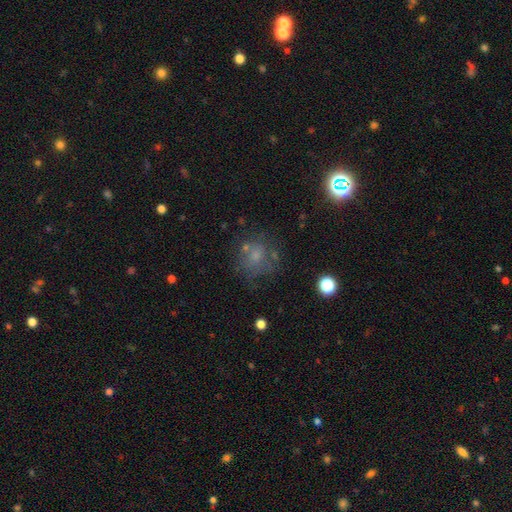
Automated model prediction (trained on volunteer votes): Smooth or featured? Predicted: smooth (p=0.50). How rounded? Predicted: round (p=0.78). Merging? Predicted: none (p=0.59).